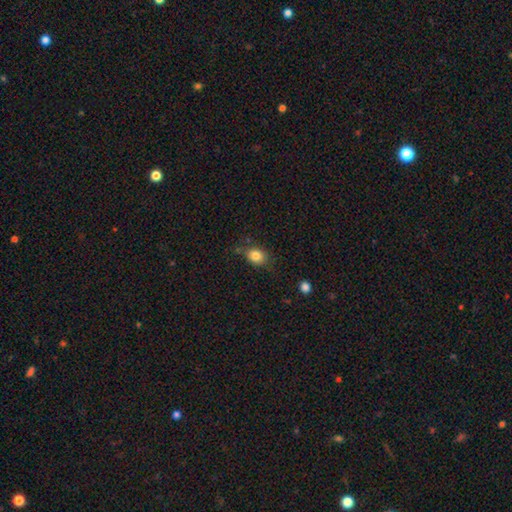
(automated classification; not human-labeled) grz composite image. It shows a smooth galaxy with no disk features (82%) that is in between round and cigar-shaped (51%). Merging: none (74%).